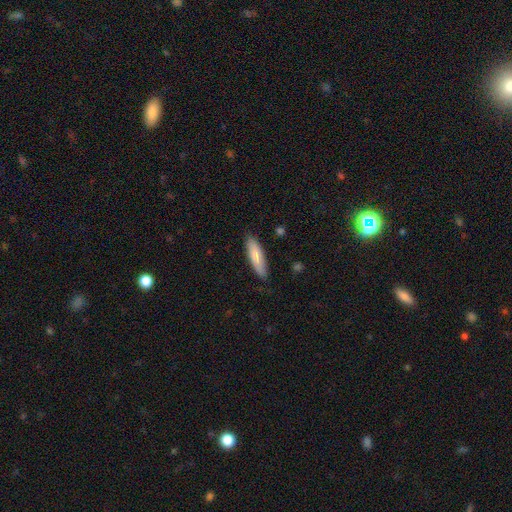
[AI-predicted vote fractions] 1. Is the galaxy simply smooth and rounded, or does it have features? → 79% smooth, 15% featured or disk, 5% star or artifact.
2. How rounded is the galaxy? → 59% cigar-shaped, 39% in between, 2% round.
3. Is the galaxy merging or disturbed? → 82% none, 14% minor disturbance, 2% major disturbance, 1% merger.